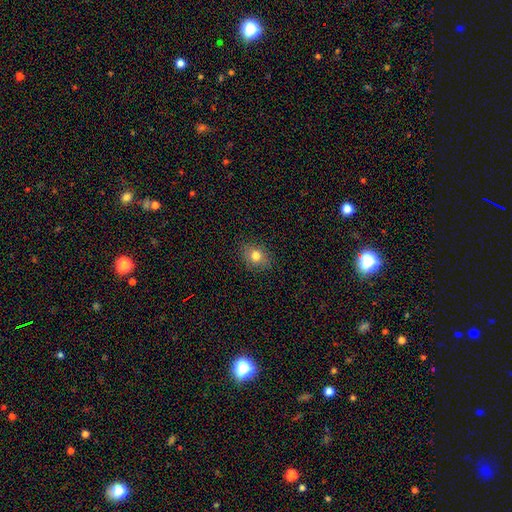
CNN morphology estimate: smooth_or_featured: smooth (p=0.78) [alt: star or artifact p=0.11]
how_rounded: round (p=0.50) [alt: in between p=0.49]
merging: none (p=0.87) [alt: minor disturbance p=0.10]